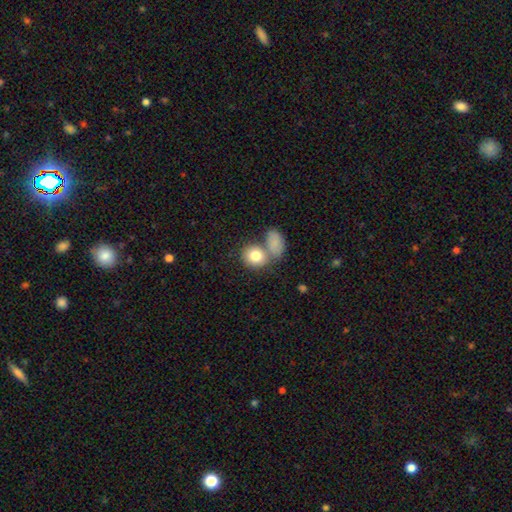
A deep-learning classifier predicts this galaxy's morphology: Smooth or featured? smooth (81%)
How rounded? round (60%)
Merging? none (42%)